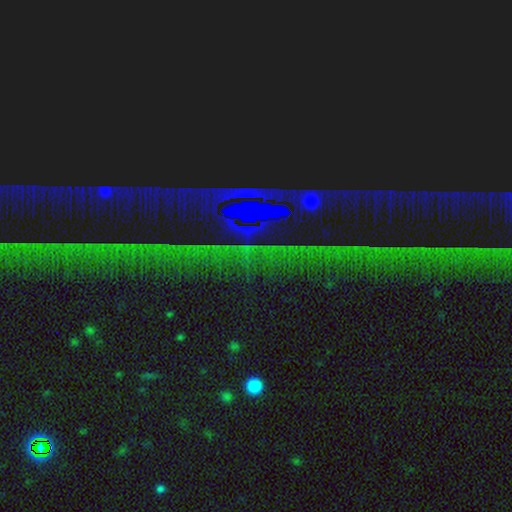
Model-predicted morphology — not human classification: Smooth or featured? star or artifact (82%)